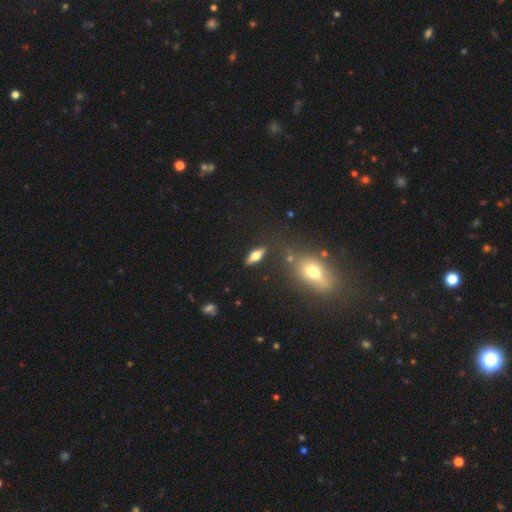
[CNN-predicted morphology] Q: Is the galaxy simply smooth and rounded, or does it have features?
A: featured or disk — 47%.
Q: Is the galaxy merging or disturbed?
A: none — 83%.